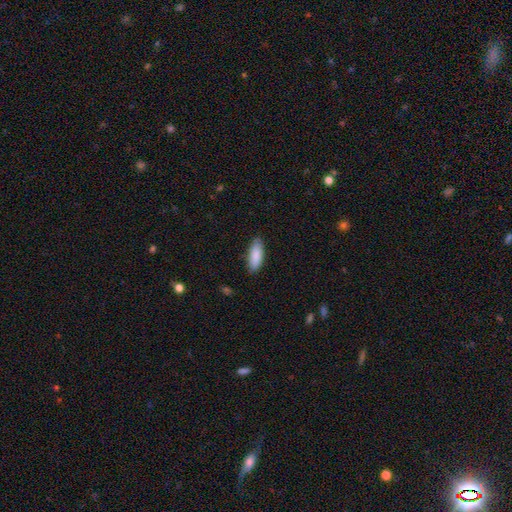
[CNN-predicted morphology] smooth_or_featured: smooth (p=0.88) [alt: featured or disk p=0.06]
how_rounded: in between (p=0.70) [alt: cigar-shaped p=0.28]
merging: none (p=0.85) [alt: minor disturbance p=0.12]